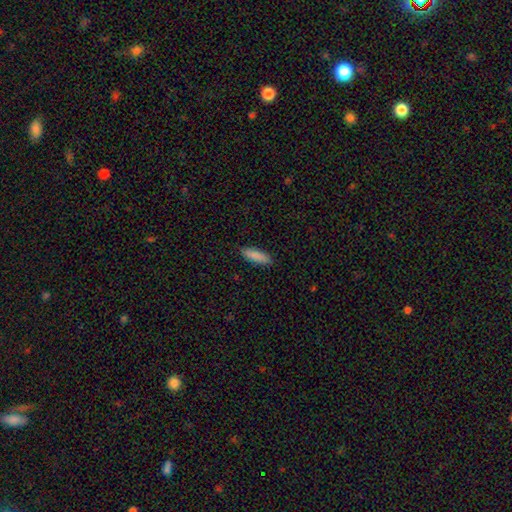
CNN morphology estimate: The model was most divided on "how rounded": in between: 51%, cigar-shaped: 48%, round: 2%. More confident: merging — none (89%); smooth or featured — smooth (89%).